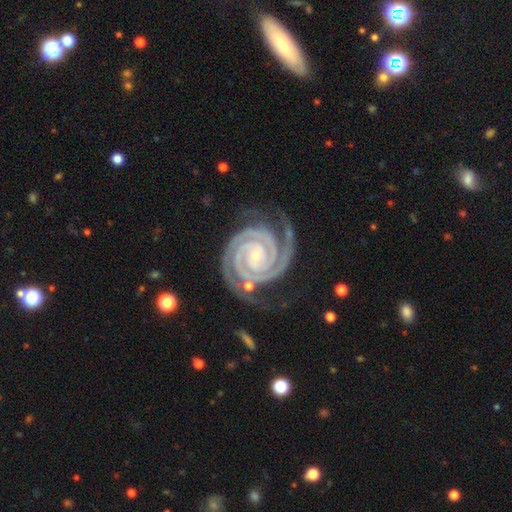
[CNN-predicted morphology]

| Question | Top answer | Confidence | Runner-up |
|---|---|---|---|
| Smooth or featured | featured or disk | 94% | star or artifact (4%) |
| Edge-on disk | no | 98% | yes (2%) |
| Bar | no | 67% | weak (19%) |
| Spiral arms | yes | 99% | no (1%) |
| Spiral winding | tight | 89% | medium (10%) |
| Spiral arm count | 2 | 79% | 3 (10%) |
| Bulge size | small | 81% | moderate (16%) |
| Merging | none | 76% | minor disturbance (16%) |